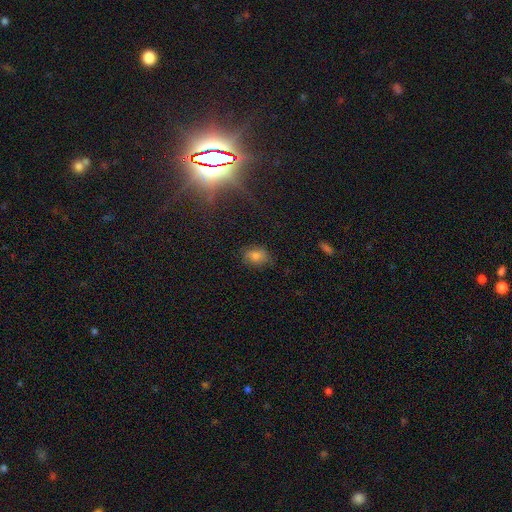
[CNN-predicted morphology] Smooth or featured? Predicted: smooth (p=0.66). How rounded? Predicted: in between (p=0.65). Merging? Predicted: none (p=0.77).